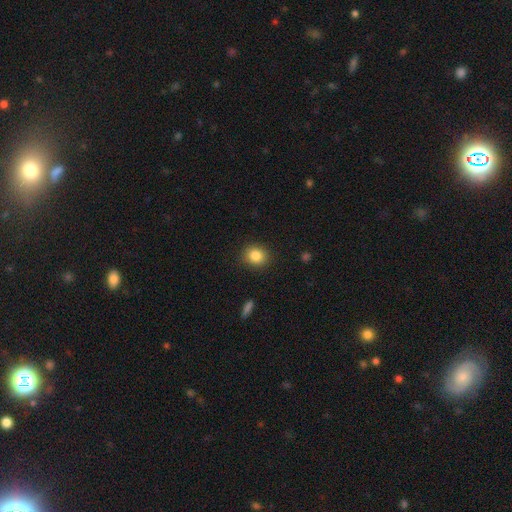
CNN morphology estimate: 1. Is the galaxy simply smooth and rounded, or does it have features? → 85% smooth, 10% star or artifact, 6% featured or disk.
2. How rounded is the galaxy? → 77% round, 22% in between, 1% cigar-shaped.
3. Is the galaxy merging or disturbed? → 89% none, 8% minor disturbance, 2% major disturbance, 1% merger.